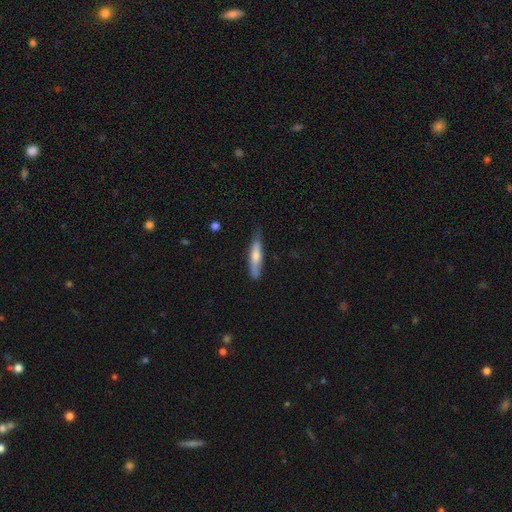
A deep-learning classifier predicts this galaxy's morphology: Q: Smooth or featured?
A: smooth (55%); runner-up: featured or disk (39%)
Q: How rounded?
A: cigar-shaped (86%); runner-up: in between (13%)
Q: Merging?
A: none (74%); runner-up: minor disturbance (21%)